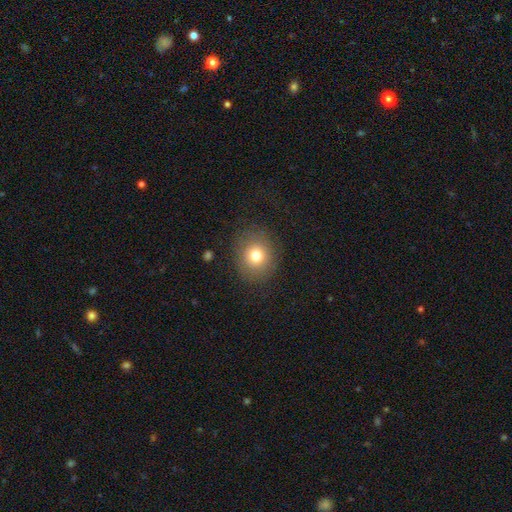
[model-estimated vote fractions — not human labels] Overall: smooth (76%). How rounded: round (77%). Merging: none (84%).